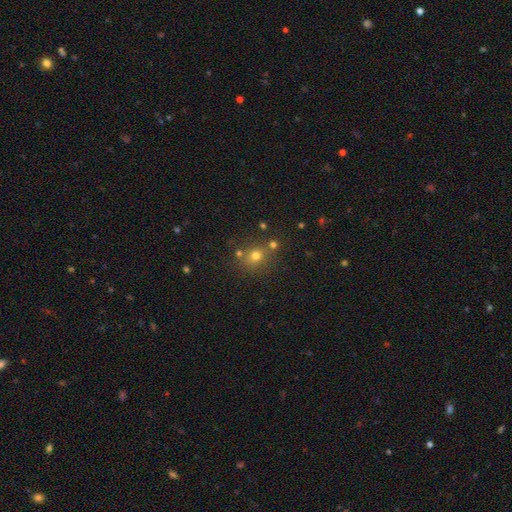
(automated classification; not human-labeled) Smooth or featured? Predicted: smooth (p=0.68). How rounded? Predicted: round (p=0.81). Merging? Predicted: none (p=0.69).